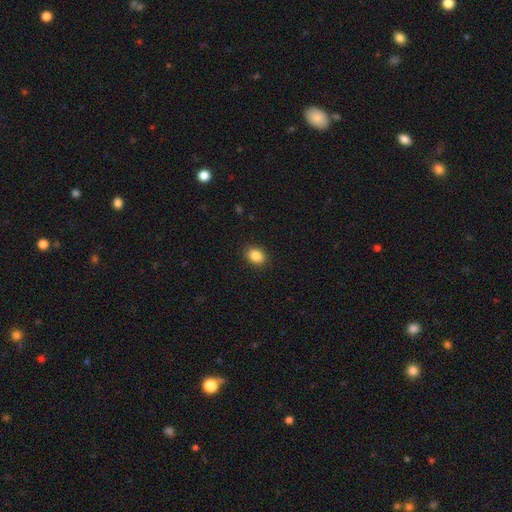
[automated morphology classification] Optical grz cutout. It shows a smooth galaxy with no disk features (87%) that is in between round and cigar-shaped (65%). Merging: none (90%).